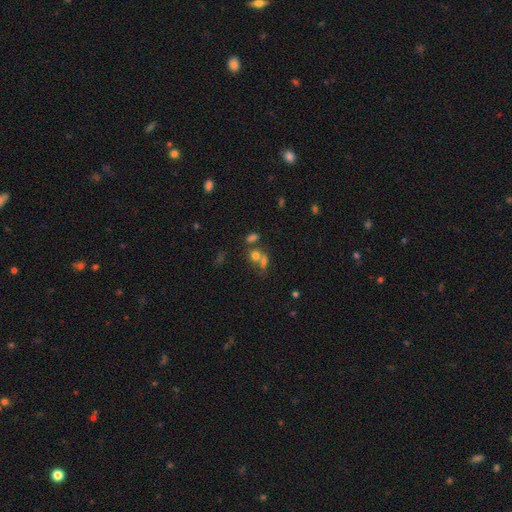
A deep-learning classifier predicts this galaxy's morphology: Smooth or featured: smooth — 66% (star or artifact — 19%)
How rounded: round — 51% (in between — 46%)
Merging: merger — 46% (none — 36%)